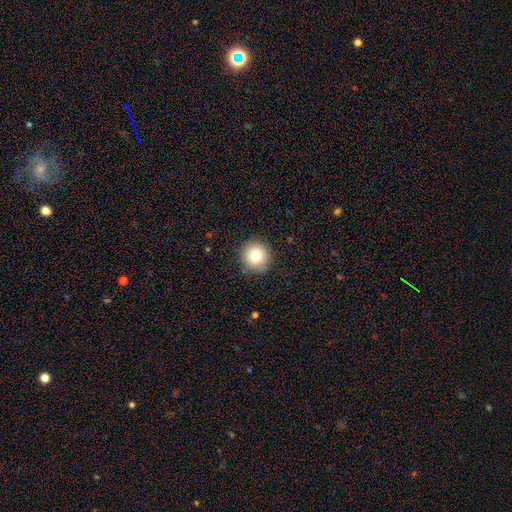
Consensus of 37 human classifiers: Smooth or featured? 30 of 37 (81%) said smooth. How rounded? 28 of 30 (93%) said round. Merging? 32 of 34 (94%) said none.